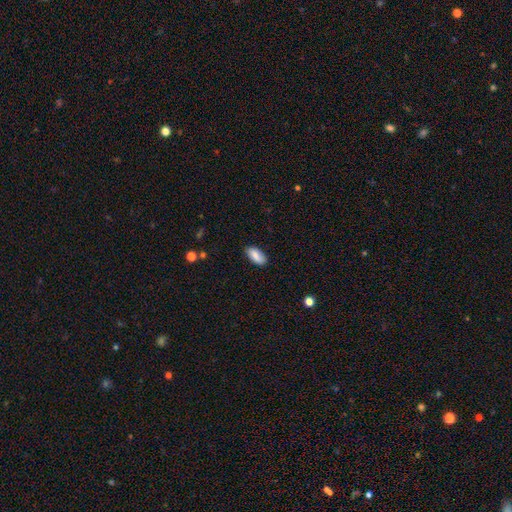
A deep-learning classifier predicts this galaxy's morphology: Smooth or featured: smooth — 83% (featured or disk — 10%)
How rounded: in between — 92% (cigar-shaped — 6%)
Merging: none — 85% (minor disturbance — 11%)